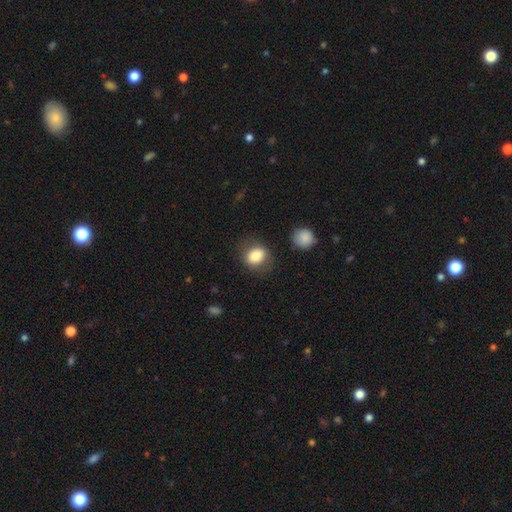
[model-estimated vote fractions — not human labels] A smooth galaxy with no disk features (84%) that is round (50%).

Vote fractions:
- Smooth or featured? smooth: 84% / star or artifact: 8% / featured or disk: 8%
- How rounded? round: 50% / in between: 49% / cigar-shaped: 1%
- Merging? none: 75% / minor disturbance: 16% / major disturbance: 7% / merger: 2%